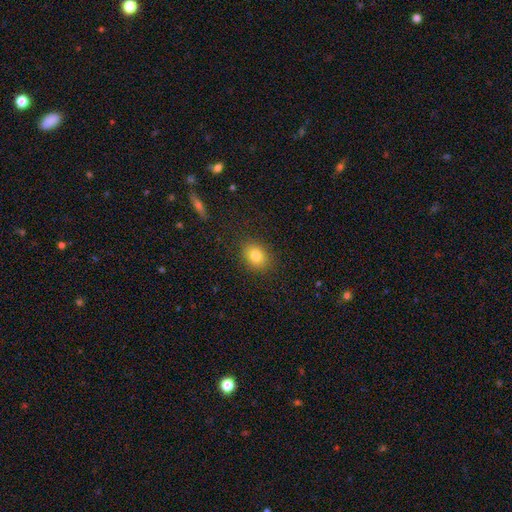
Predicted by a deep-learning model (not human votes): Smooth or featured: smooth — 81% (star or artifact — 11%)
How rounded: in between — 51% (round — 48%)
Merging: none — 87% (minor disturbance — 9%)